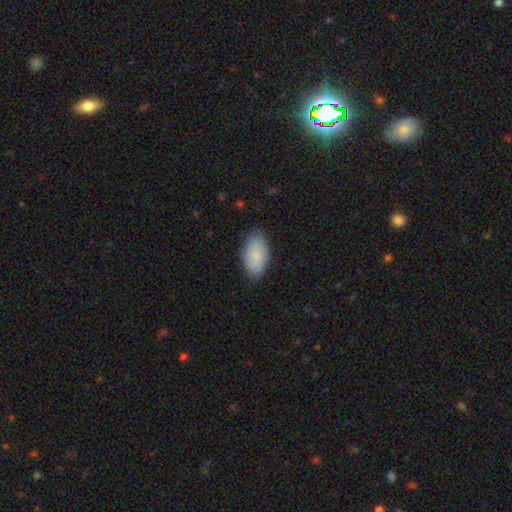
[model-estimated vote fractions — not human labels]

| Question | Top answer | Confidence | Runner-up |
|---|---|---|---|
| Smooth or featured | smooth | 87% | featured or disk (7%) |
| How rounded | in between | 95% | round (3%) |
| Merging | none | 84% | minor disturbance (13%) |